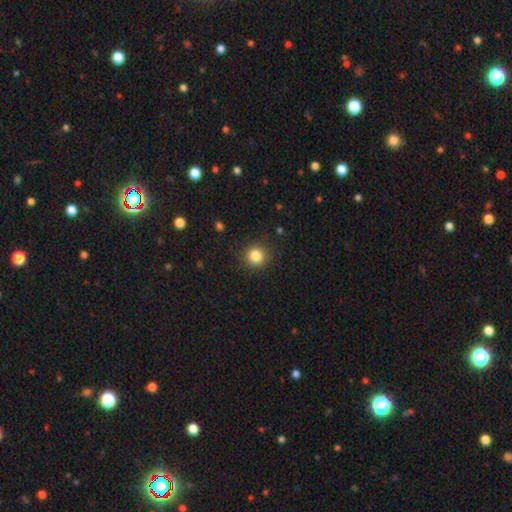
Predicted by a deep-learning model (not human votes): A smooth galaxy with no disk features (84%) that is round (92%).

Vote fractions:
- Smooth or featured? smooth: 84% / star or artifact: 11% / featured or disk: 5%
- How rounded? round: 92% / in between: 7% / cigar-shaped: 1%
- Merging? none: 89% / minor disturbance: 7% / major disturbance: 3% / merger: 1%